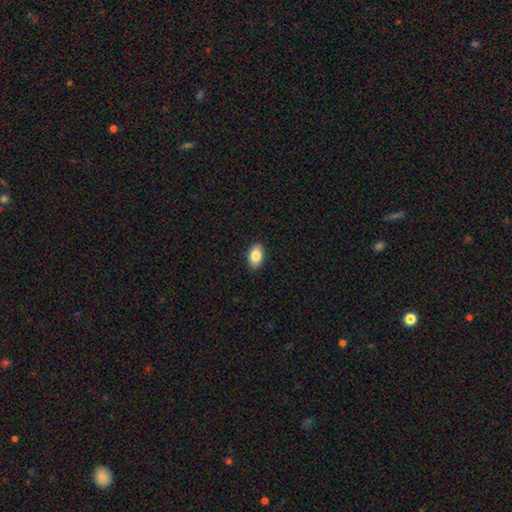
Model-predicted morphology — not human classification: type=smooth (83%); roundness=in between (89%); merging=none (89%).